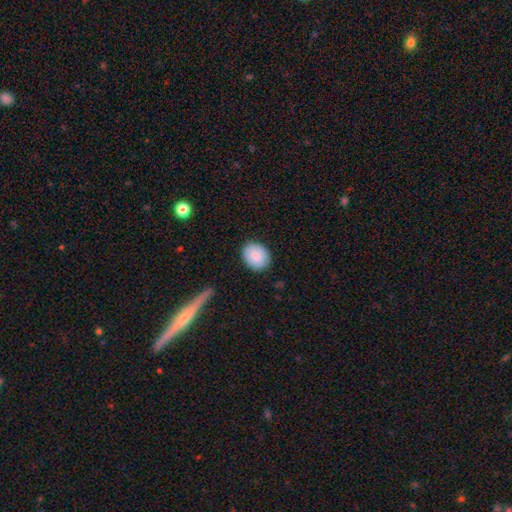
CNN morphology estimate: smooth_or_featured: smooth (p=0.88) [alt: star or artifact p=0.06]
how_rounded: round (p=0.53) [alt: in between p=0.46]
merging: none (p=0.87) [alt: minor disturbance p=0.10]